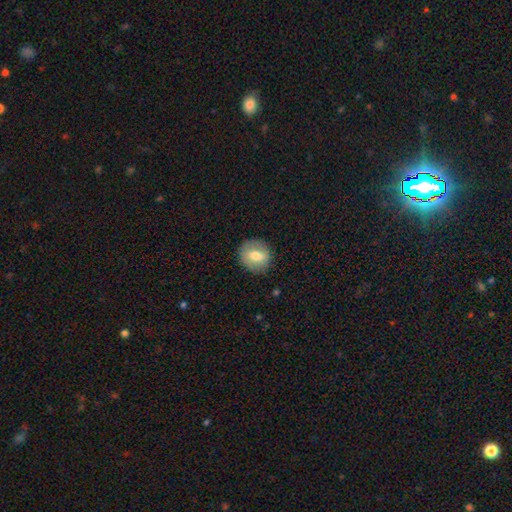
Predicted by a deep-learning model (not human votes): Q: Smooth or featured?
A: smooth (62%); runner-up: featured or disk (30%)
Q: How rounded?
A: round (71%); runner-up: in between (27%)
Q: Merging?
A: none (84%); runner-up: minor disturbance (11%)